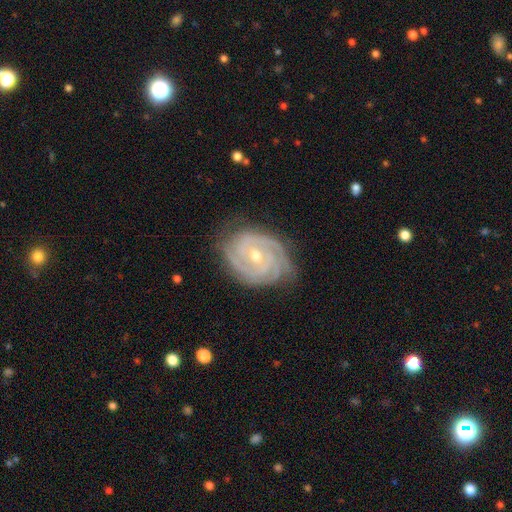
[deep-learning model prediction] smooth-or-featured: featured or disk: 90% | star or artifact: 5% | smooth: 5%
  disk-edge-on: no: 97% | yes: 3%
    bar: no: 61% | weak: 29% | strong: 11%
    has-spiral-arms: yes: 98% | no: 2%
      spiral-winding: tight: 81% | medium: 17% | loose: 2%
      spiral-arm-count: 3: 39% | 4: 19% | 2: 16% | can't tell: 14% | more than 4: 6% | 1: 6%
    bulge-size: small: 50% | moderate: 47% | large: 1% | none: 1% | dominant: 1%
  merging: none: 78% | minor disturbance: 17% | major disturbance: 4% | merger: 1%